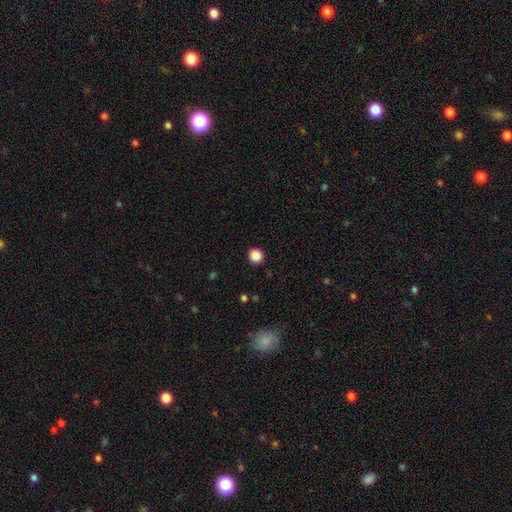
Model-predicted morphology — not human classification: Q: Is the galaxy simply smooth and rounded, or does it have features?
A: smooth — 88%.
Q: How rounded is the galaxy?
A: round — 84%.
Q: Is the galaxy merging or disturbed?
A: none — 91%.